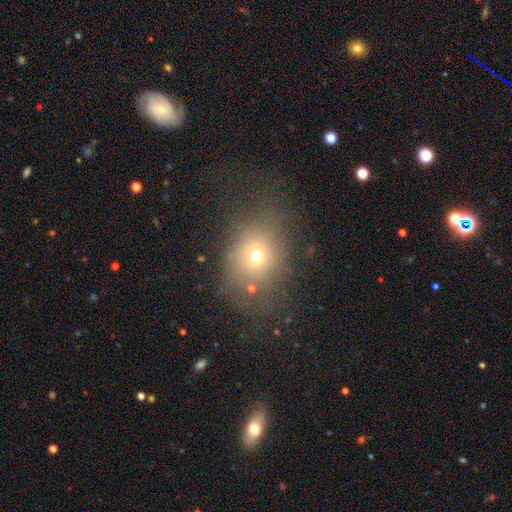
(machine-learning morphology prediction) Smooth or featured? Predicted: smooth (p=0.62). How rounded? Predicted: round (p=0.53). Merging? Predicted: none (p=0.61).